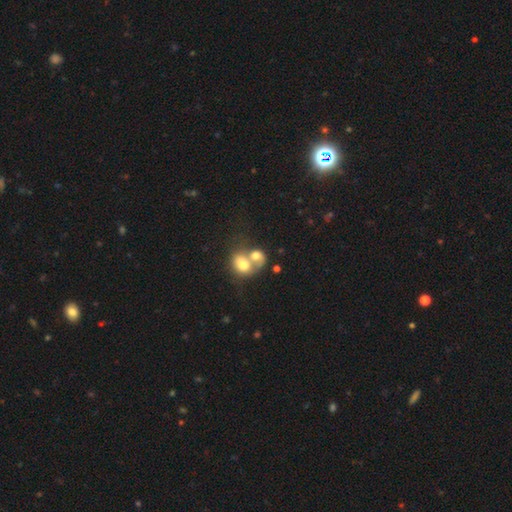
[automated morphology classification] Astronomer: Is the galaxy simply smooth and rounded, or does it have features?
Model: smooth — 64%.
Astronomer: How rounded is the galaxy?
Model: round — 50% (runner-up: in between, 49%).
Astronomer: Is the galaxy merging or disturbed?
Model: merger — 79%.